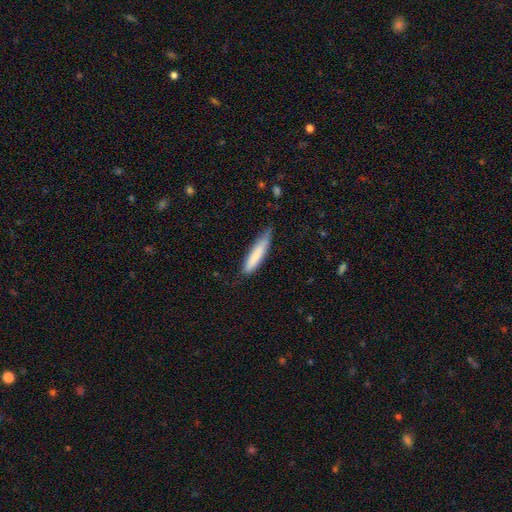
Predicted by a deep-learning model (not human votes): Overall: smooth (78%). How rounded: cigar-shaped (85%). Merging: none (68%).